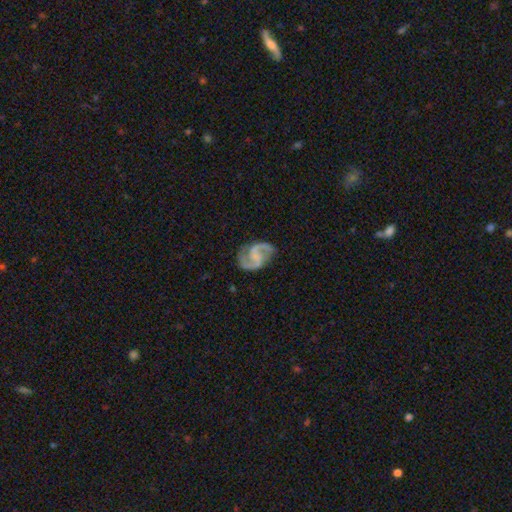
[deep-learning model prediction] A featured or disk galaxy (90%) with no bar (47%), 2 (94%) medium (56%) spiral arms (98%) and no central bulge (60%).

Vote fractions:
- Smooth or featured? featured or disk: 90% / smooth: 5% / star or artifact: 4%
- Edge-on disk? no: 98% / yes: 2%
- Bar? no: 47% / weak: 42% / strong: 12%
- Spiral arms? yes: 98% / no: 2%
- Spiral winding? medium: 56% / loose: 30% / tight: 14%
- Spiral arm count? 2: 94% / can't tell: 2% / 3: 1% / 1: 1% / 4: 1% / more than 4: 1%
- Bulge size? none: 60% / small: 25% / moderate: 12% / large: 3% / dominant: 1%
- Merging? none: 78% / minor disturbance: 15% / major disturbance: 6% / merger: 2%